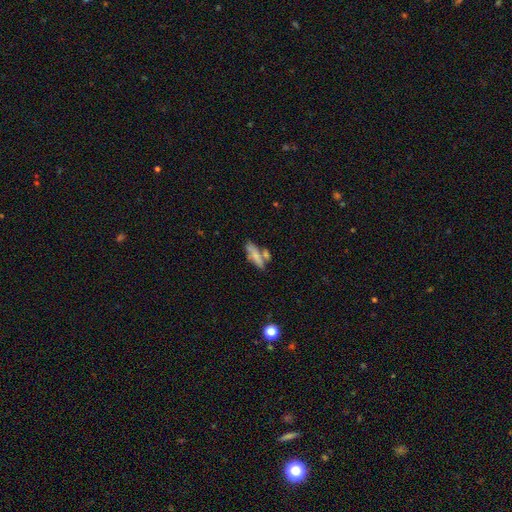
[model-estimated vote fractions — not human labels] Q: Smooth or featured?
A: smooth (67%); runner-up: featured or disk (25%)
Q: How rounded?
A: cigar-shaped (51%); runner-up: in between (45%)
Q: Merging?
A: none (44%); runner-up: merger (34%)